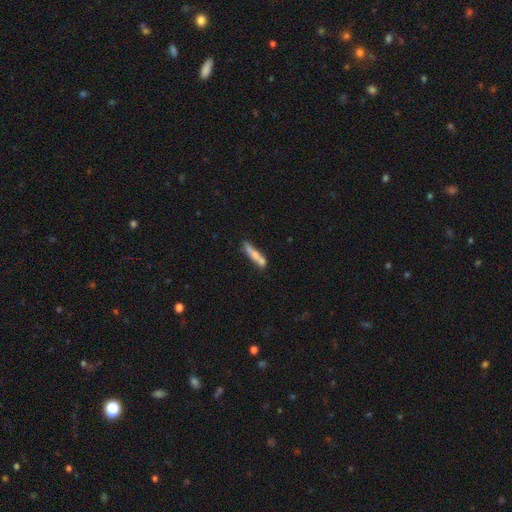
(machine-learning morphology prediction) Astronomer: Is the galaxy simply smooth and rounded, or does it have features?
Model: smooth — 58% (runner-up: featured or disk, 36%).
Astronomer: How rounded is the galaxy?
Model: cigar-shaped — 85%.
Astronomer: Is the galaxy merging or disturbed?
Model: none — 55%.